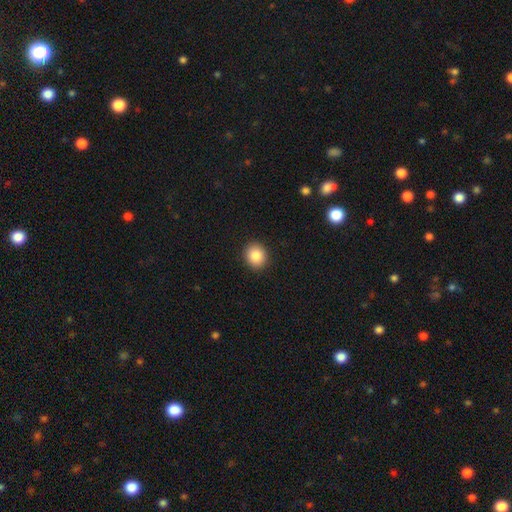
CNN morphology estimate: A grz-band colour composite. It shows a smooth galaxy with no disk features (85%) that is round (79%). Merging: none (92%).